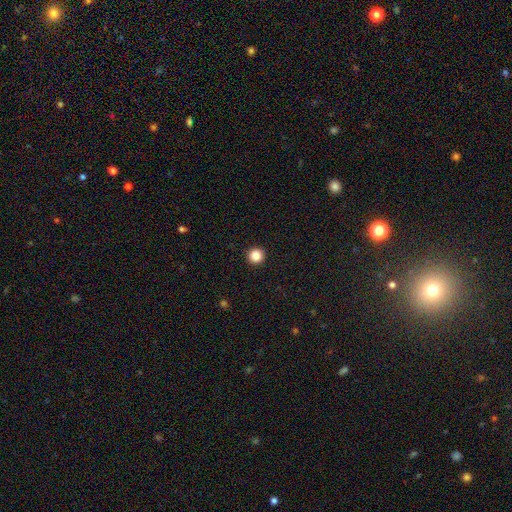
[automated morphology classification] A smooth galaxy with no disk features (86%) that is round (96%).

Vote fractions:
- Smooth or featured? smooth: 86% / star or artifact: 11% / featured or disk: 3%
- How rounded? round: 96% / in between: 3% / cigar-shaped: 1%
- Merging? none: 94% / minor disturbance: 4% / major disturbance: 1% / merger: 1%